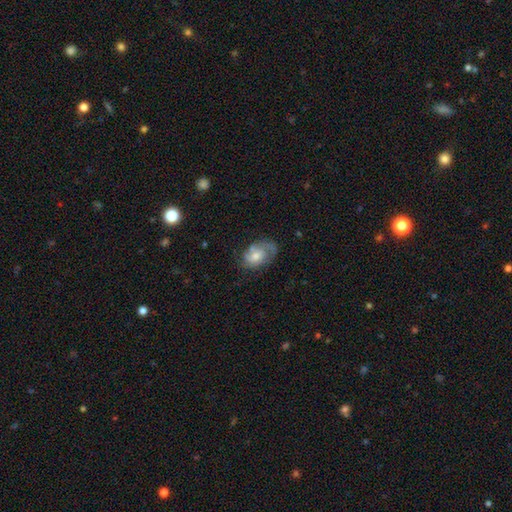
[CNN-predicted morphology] Smooth or featured?
  - featured or disk: 64% *
  - smooth: 28%
  - star or artifact: 8%
Edge-on disk?
  - no: 96% *
  - yes: 4%
Bar?
  - no: 71% *
  - weak: 26%
  - strong: 4%
Spiral arms?
  - yes: 86% *
  - no: 14%
Spiral winding?
  - tight: 43% *
  - medium: 40%
  - loose: 17%
Spiral arm count?
  - 2: 47% *
  - 1: 23%
  - can't tell: 21%
  - 3: 5%
  - 4: 2%
  - more than 4: 2%
Bulge size?
  - moderate: 56% *
  - small: 31%
  - large: 8%
  - none: 4%
  - dominant: 1%
Merging?
  - none: 61% *
  - minor disturbance: 23%
  - major disturbance: 13%
  - merger: 3%